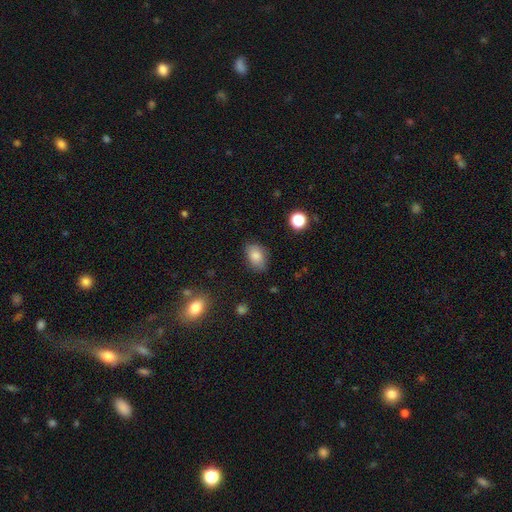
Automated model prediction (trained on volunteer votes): Smooth or featured? Predicted: smooth (p=0.83). How rounded? Predicted: in between (p=0.83). Merging? Predicted: none (p=0.79).